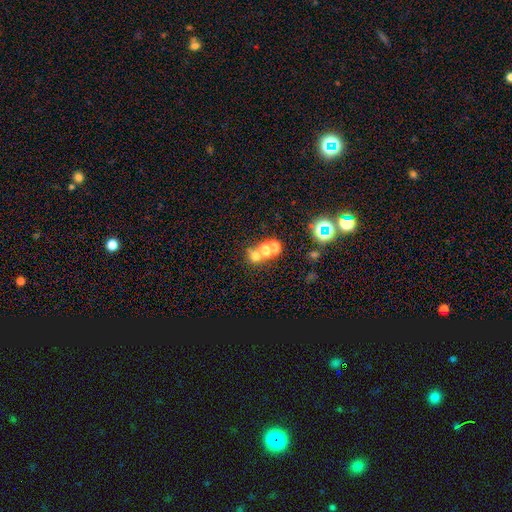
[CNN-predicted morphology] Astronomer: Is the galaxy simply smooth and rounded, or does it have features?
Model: smooth — 54% (runner-up: star or artifact, 31%).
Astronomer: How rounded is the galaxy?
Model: round — 79%.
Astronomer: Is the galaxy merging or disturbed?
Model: none — 47% (runner-up: merger, 42%).